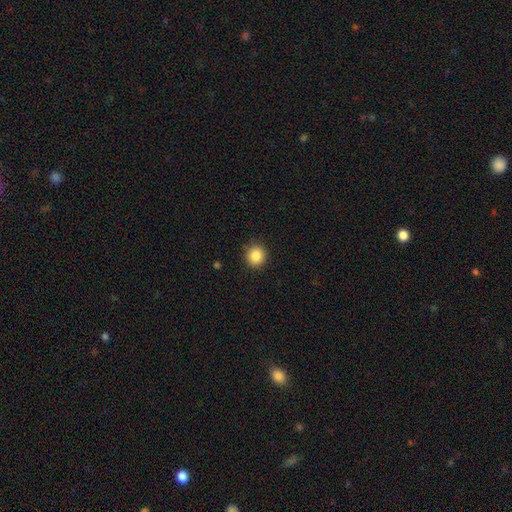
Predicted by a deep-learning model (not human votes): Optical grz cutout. It shows a smooth galaxy with no disk features (86%) that is round (89%). Merging: none (89%).